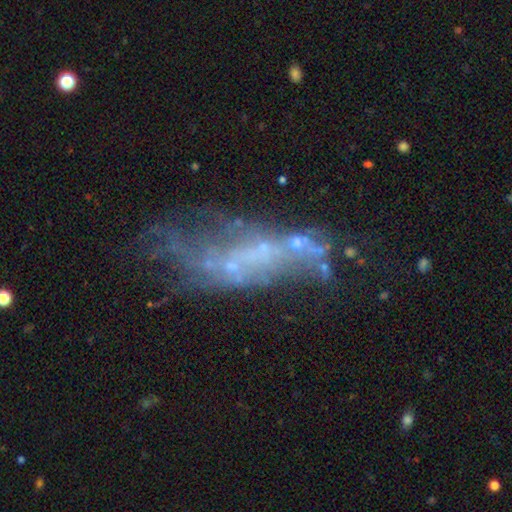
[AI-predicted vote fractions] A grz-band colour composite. It shows a featured or disk galaxy (62%) with no bar (83%), no spiral arms (87%) and no central bulge (70%). Merging: none (35%).